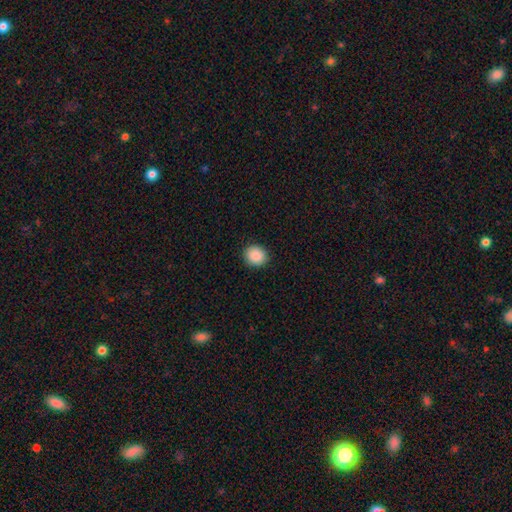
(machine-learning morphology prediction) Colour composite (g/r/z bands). It shows a smooth galaxy with no disk features (89%) that is round (80%). Merging: none (91%).